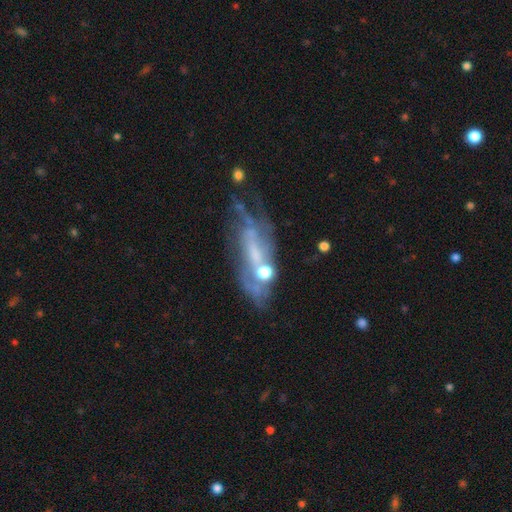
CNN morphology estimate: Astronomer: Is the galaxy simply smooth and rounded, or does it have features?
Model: featured or disk — 69%.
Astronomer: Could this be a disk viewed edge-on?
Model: no — 80%.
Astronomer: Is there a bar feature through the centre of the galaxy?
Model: no — 55%.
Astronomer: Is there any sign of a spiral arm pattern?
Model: yes — 55% (runner-up: no, 45%).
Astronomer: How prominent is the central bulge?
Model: small — 36% (runner-up: moderate, 35%).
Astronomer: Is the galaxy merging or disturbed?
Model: none — 38% (runner-up: major disturbance, 27%).